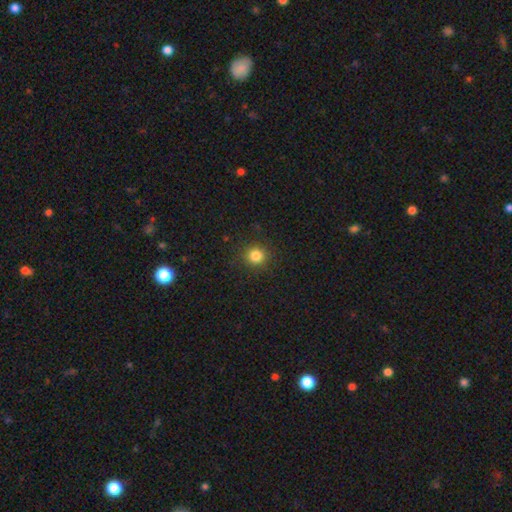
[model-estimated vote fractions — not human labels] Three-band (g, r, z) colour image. It shows a smooth galaxy with no disk features (83%) that is round (93%). Merging: none (90%).